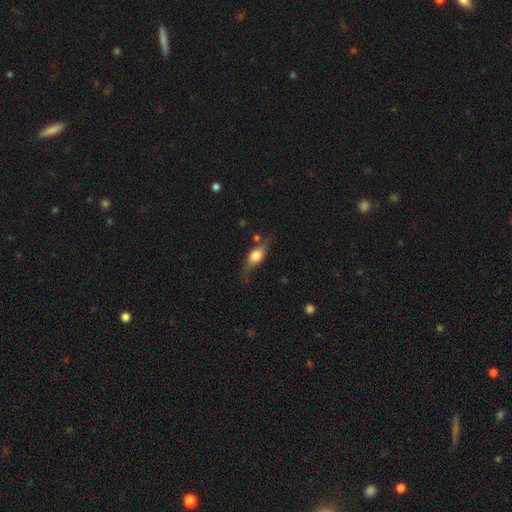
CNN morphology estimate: The model was most divided on "smooth or featured": smooth: 55%, featured or disk: 38%, star or artifact: 7%. More confident: how rounded — in between (70%); merging — none (59%).